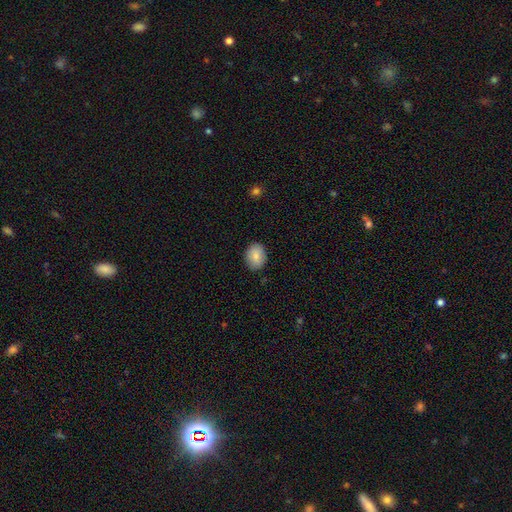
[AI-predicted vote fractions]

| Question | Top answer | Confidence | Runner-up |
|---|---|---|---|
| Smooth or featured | smooth | 85% | featured or disk (8%) |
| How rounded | in between | 66% | round (33%) |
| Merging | none | 86% | minor disturbance (10%) |